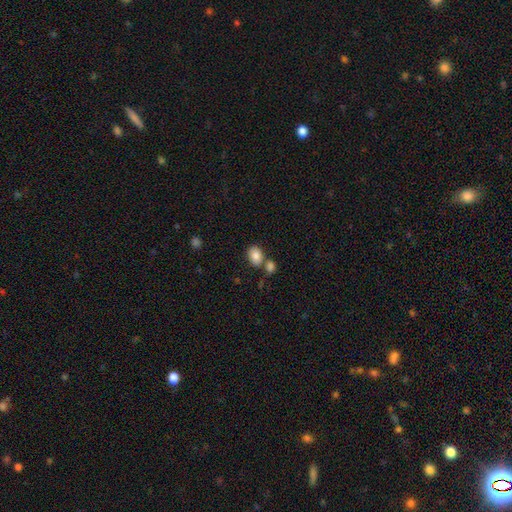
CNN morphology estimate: Smooth or featured? smooth (85%)
How rounded? in between (74%)
Merging? none (57%)